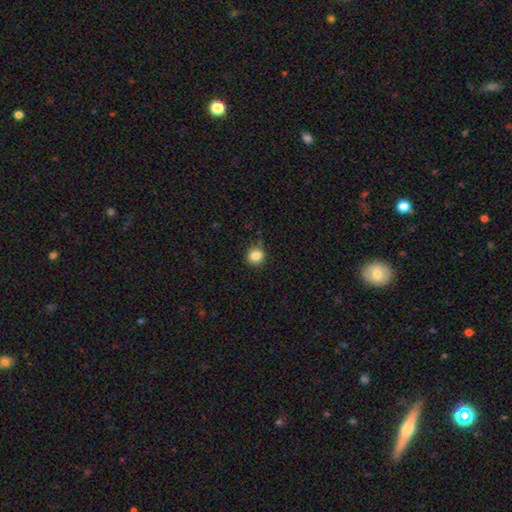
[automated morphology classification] This is clearly a smooth galaxy (85%). How rounded: likely round (79%). Merging: clearly none (86%).